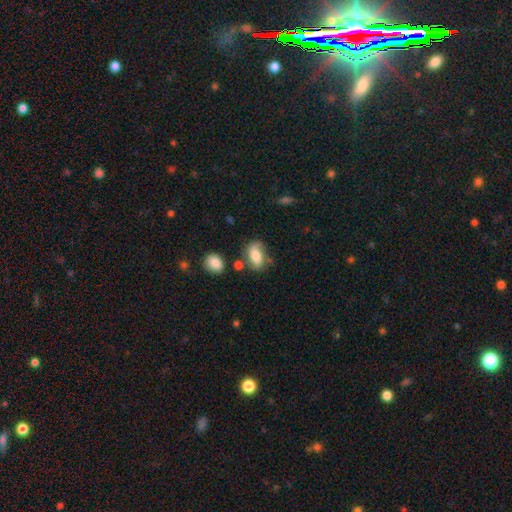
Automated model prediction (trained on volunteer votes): Smooth or featured? Predicted: smooth (p=0.63). How rounded? Predicted: in between (p=0.86). Merging? Predicted: none (p=0.56).